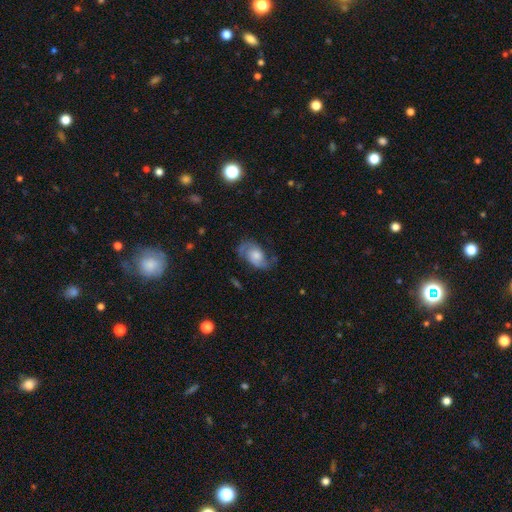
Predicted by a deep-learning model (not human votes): This appears to be a featured or disk galaxy (72%) with no bar (68%), 2 (87%) medium (47%) spiral arms (92%) and a moderate central bulge (41%). Merging: none (64%).